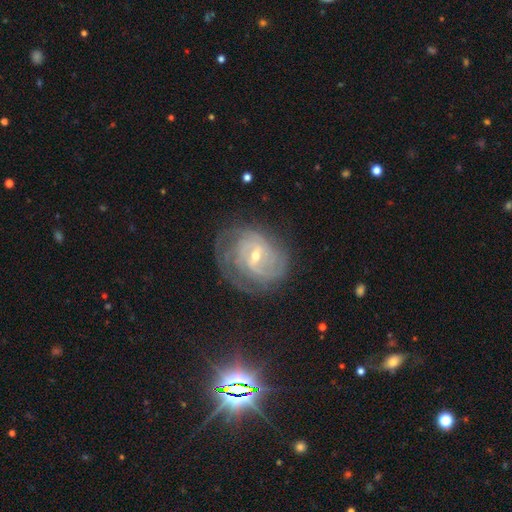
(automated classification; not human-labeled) Morphology: type=featured or disk (85%); edge-on=no (97%); bar=weak (56%); spiral arms=yes (95%); winding=tight (64%); arm count=can't tell (38%); bulge=small (59%); merging=none (69%).